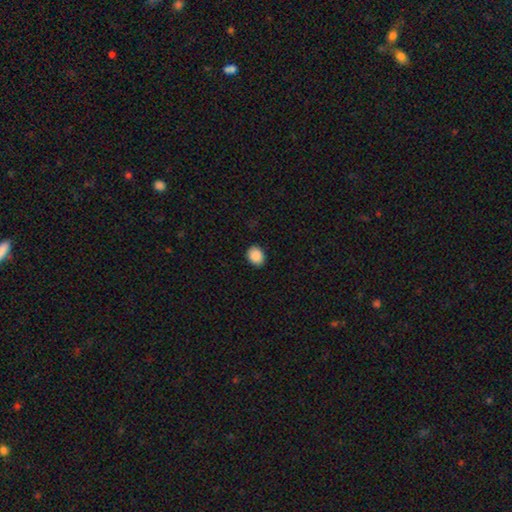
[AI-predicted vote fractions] Smooth or featured? Predicted: smooth (p=0.89). How rounded? Predicted: in between (p=0.50, tied with round). Merging? Predicted: none (p=0.90).